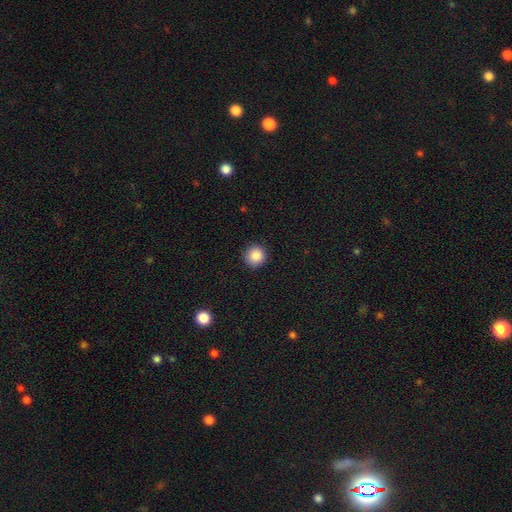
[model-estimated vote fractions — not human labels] Q: Smooth or featured?
A: smooth (88%); runner-up: star or artifact (9%)
Q: How rounded?
A: round (93%); runner-up: in between (6%)
Q: Merging?
A: none (91%); runner-up: minor disturbance (7%)